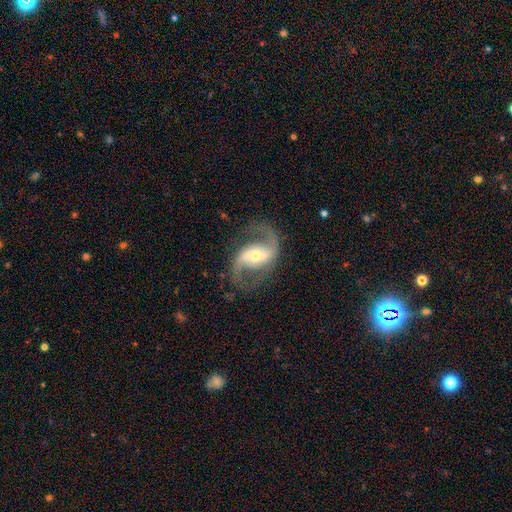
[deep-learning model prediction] Smooth or featured? featured or disk (91%)
Edge-on disk? no (97%)
Bar? weak (40%)
Spiral arms? yes (97%)
Spiral winding? loose (50%)
Spiral arm count? 2 (93%)
Bulge size? moderate (52%)
Merging? none (80%)